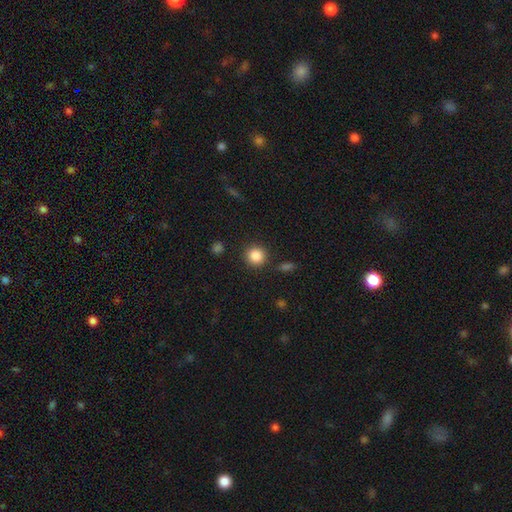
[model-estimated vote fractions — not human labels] smooth 86%, star or artifact 10%, featured or disk 4%. Down the decision tree: how rounded — round (92%); merging — none (88%).